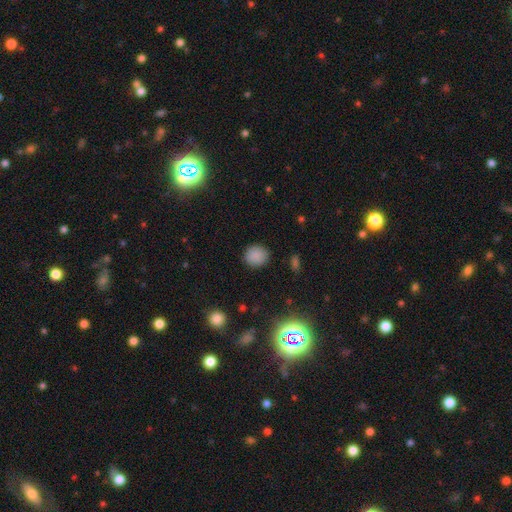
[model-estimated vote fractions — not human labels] This appears to be a smooth galaxy with no disk features (85%) that is round (89%). Merging: none (89%).